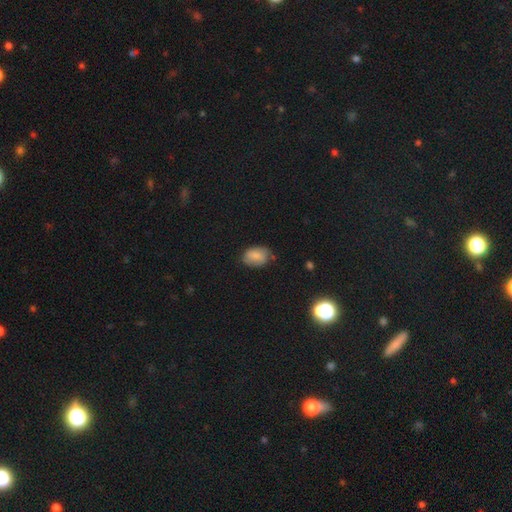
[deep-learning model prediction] A smooth galaxy with no disk features (76%) that is in between round and cigar-shaped (80%).

Vote fractions:
- Smooth or featured? smooth: 76% / featured or disk: 16% / star or artifact: 9%
- How rounded? in between: 80% / round: 19% / cigar-shaped: 1%
- Merging? none: 66% / minor disturbance: 26% / major disturbance: 5% / merger: 2%